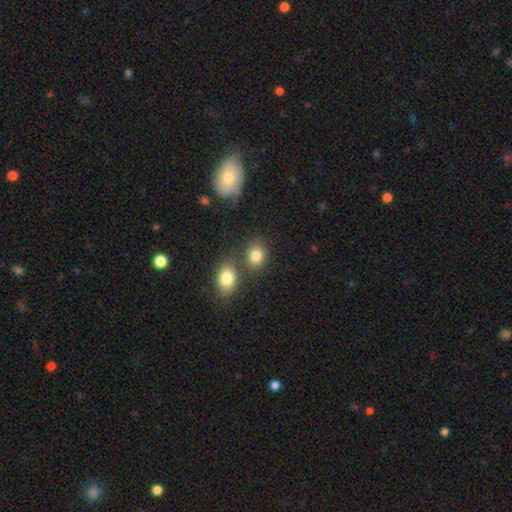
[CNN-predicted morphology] smooth_or_featured: smooth (p=0.83) [alt: star or artifact p=0.10]
how_rounded: in between (p=0.51) [alt: round p=0.48]
merging: none (p=0.63) [alt: merger p=0.22]